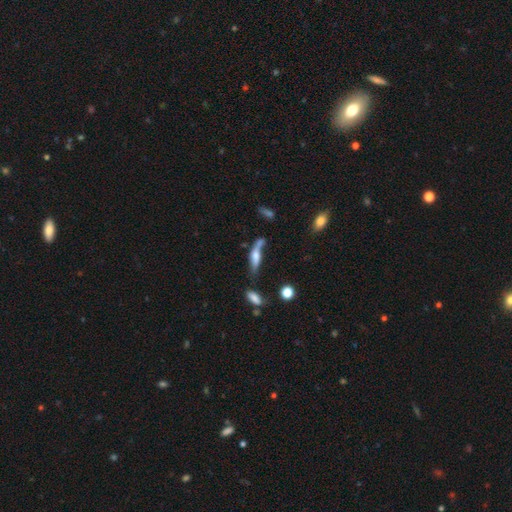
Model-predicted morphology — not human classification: Smooth or featured?
  - featured or disk: 48% *
  - smooth: 43%
  - star or artifact: 9%
Merging?
  - none: 36% *
  - minor disturbance: 24%
  - major disturbance: 21%
  - merger: 19%